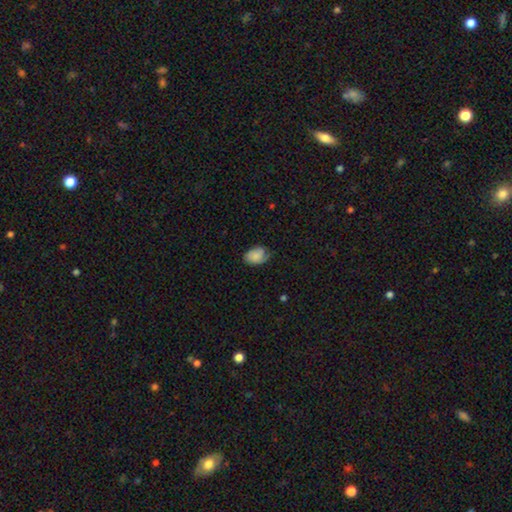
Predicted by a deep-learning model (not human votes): Smooth or featured? smooth (75%)
How rounded? in between (81%)
Merging? none (59%)